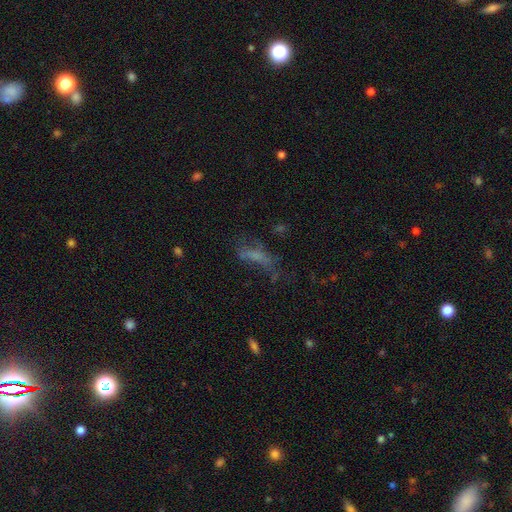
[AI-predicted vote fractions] smooth-or-featured: smooth: 45% | featured or disk: 33% | star or artifact: 22%
  merging: none: 37% | major disturbance: 36% | minor disturbance: 21% | merger: 7%